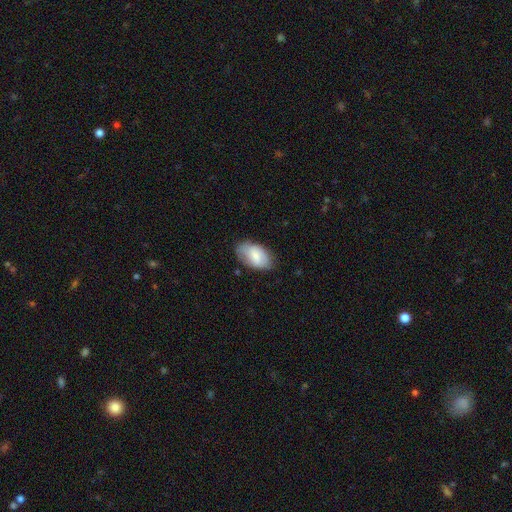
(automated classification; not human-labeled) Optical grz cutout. It shows a smooth galaxy with no disk features (68%) that is in between round and cigar-shaped (94%). Merging: none (70%).